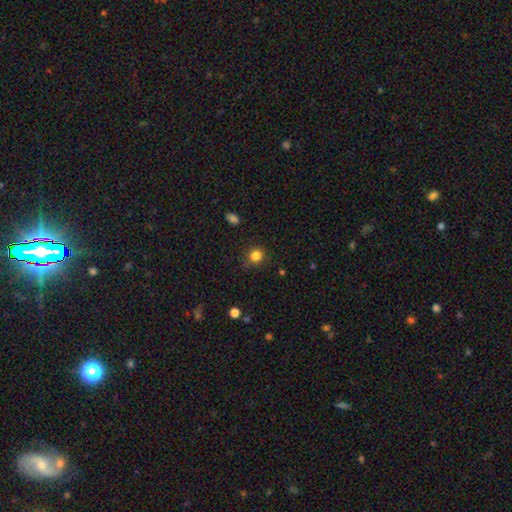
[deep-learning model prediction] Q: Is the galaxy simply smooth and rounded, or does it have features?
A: smooth — 83%.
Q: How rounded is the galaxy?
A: round — 85%.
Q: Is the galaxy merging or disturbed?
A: none — 83%.